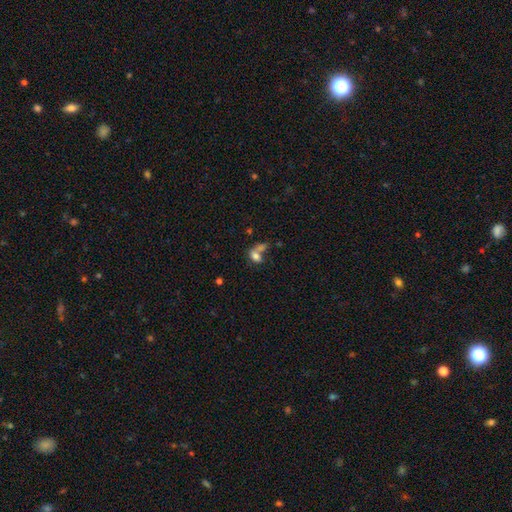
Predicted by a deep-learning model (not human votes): smooth 72%, featured or disk 15%, star or artifact 12%. Down the decision tree: how rounded — in between (79%); merging — merger (50%).